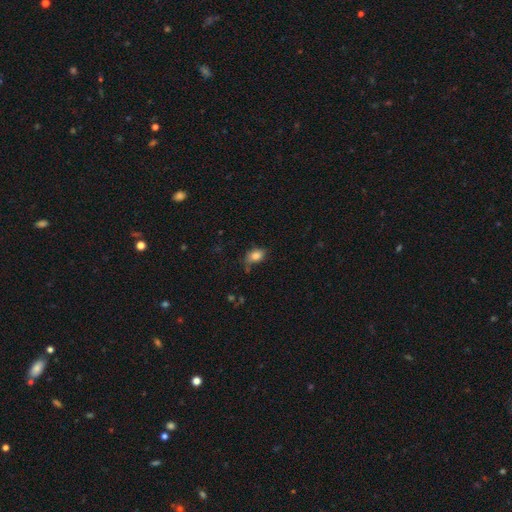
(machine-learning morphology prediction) This appears to be a smooth galaxy with no disk features (82%) that is in between round and cigar-shaped (77%). Merging: none (55%).